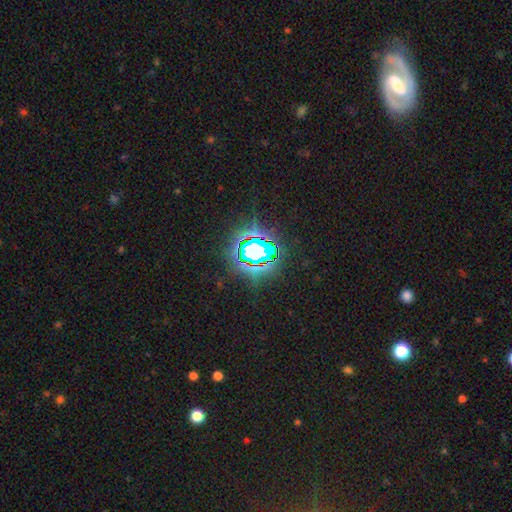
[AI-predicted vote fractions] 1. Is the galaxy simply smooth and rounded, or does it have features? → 79% star or artifact, 12% smooth, 9% featured or disk.